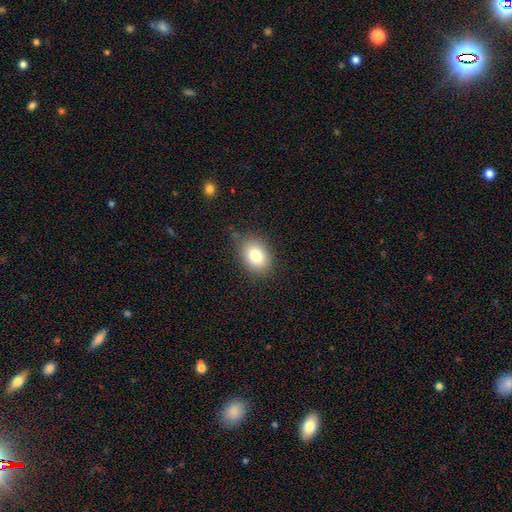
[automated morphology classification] smooth 81%, featured or disk 10%, star or artifact 9%. Down the decision tree: how rounded — in between (68%); merging — none (80%).